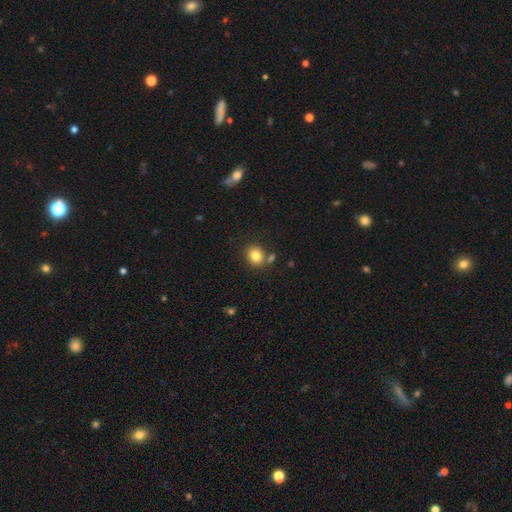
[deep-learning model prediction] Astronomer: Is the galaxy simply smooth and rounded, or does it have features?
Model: smooth — 82%.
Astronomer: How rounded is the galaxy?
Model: round — 75%.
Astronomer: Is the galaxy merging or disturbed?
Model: none — 75%.